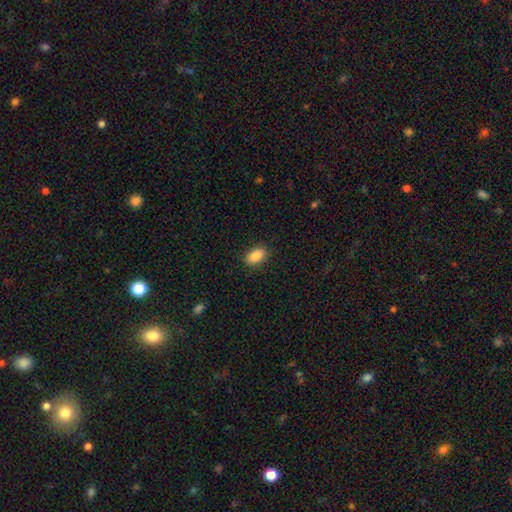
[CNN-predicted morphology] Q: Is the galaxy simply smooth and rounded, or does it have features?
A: smooth — 87%.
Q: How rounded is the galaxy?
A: in between — 91%.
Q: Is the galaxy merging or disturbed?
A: none — 88%.